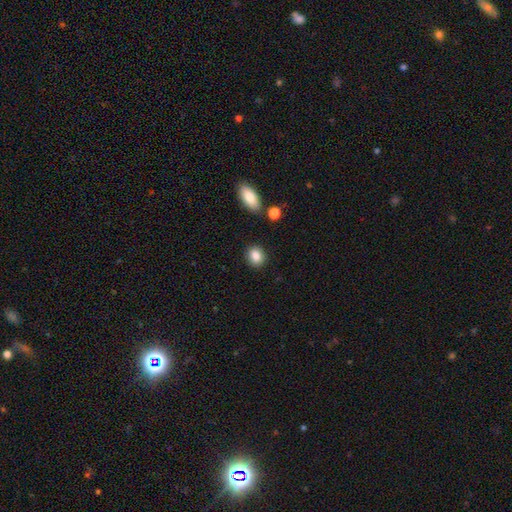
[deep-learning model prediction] smooth-or-featured: smooth: 87% | star or artifact: 8% | featured or disk: 5%
  how-rounded: round: 64% | in between: 35% | cigar-shaped: 1%
  merging: none: 88% | minor disturbance: 7% | merger: 3% | major disturbance: 2%